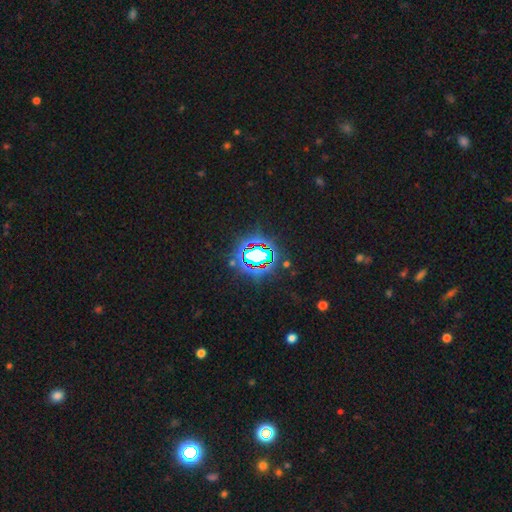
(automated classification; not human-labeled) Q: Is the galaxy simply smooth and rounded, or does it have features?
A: star or artifact — 75%.